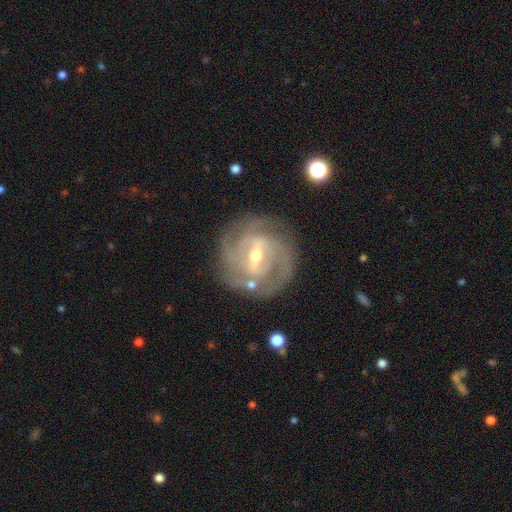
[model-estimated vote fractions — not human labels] The model was most divided on "bar": weak: 47%, strong: 41%, no: 12%. Remaining: edge-on disk — no (96%); spiral arms — yes (92%); smooth or featured — featured or disk (87%); merging — none (76%); spiral winding — tight (61%); bulge size — moderate (56%); spiral arm count — 2 (33%).